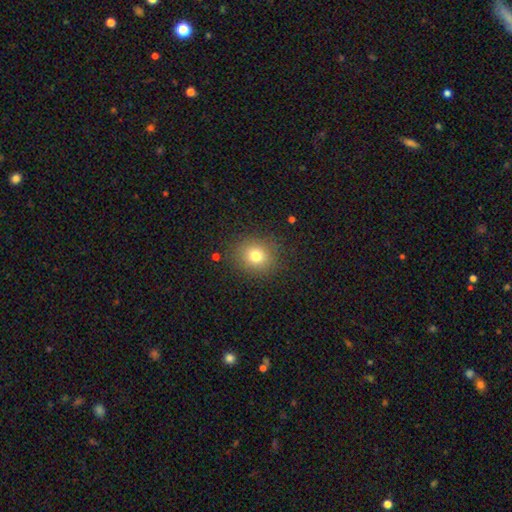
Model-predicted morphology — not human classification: smooth_or_featured: smooth (p=0.76) [alt: star or artifact p=0.14]
how_rounded: round (p=0.78) [alt: in between p=0.21]
merging: none (p=0.86) [alt: minor disturbance p=0.09]